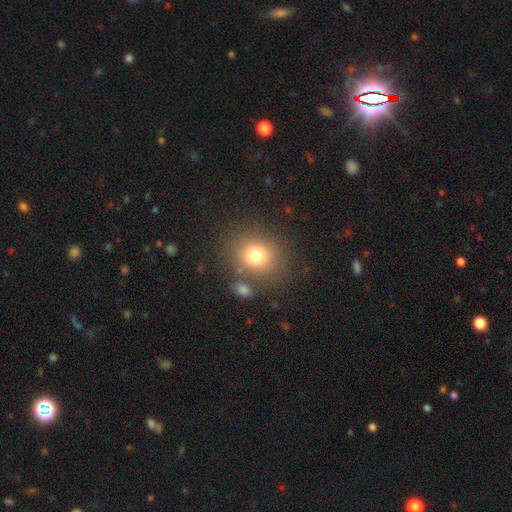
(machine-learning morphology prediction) Smooth or featured? Predicted: smooth (p=0.77). How rounded? Predicted: round (p=0.68). Merging? Predicted: none (p=0.77).